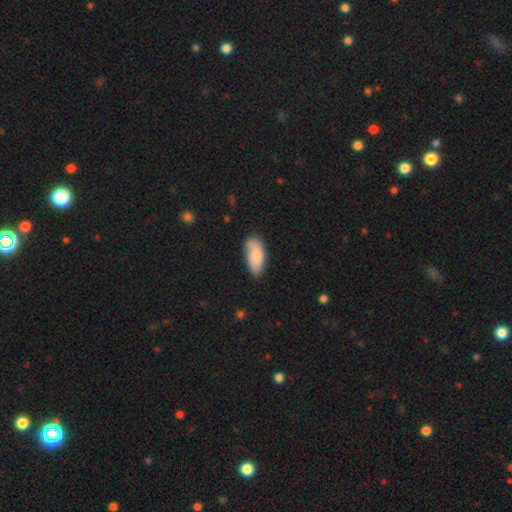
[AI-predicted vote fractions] This is clearly a smooth galaxy (81%). How rounded: clearly in between (86%). Merging: likely none (66%).